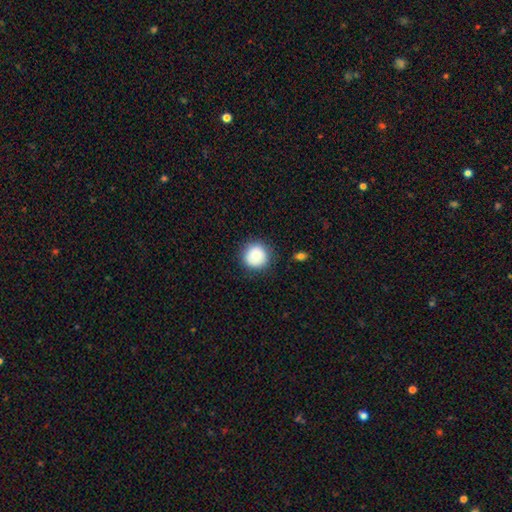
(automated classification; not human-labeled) This is clearly a smooth galaxy (81%). How rounded: clearly round (94%). Merging: clearly none (87%).